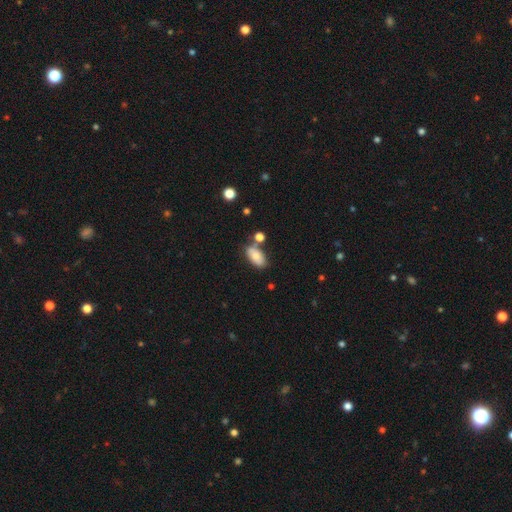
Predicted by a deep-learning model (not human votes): Smooth or featured?
  - smooth: 75% *
  - featured or disk: 17%
  - star or artifact: 8%
How rounded?
  - in between: 91% *
  - round: 5%
  - cigar-shaped: 4%
Merging?
  - none: 63% *
  - merger: 16%
  - minor disturbance: 16%
  - major disturbance: 4%